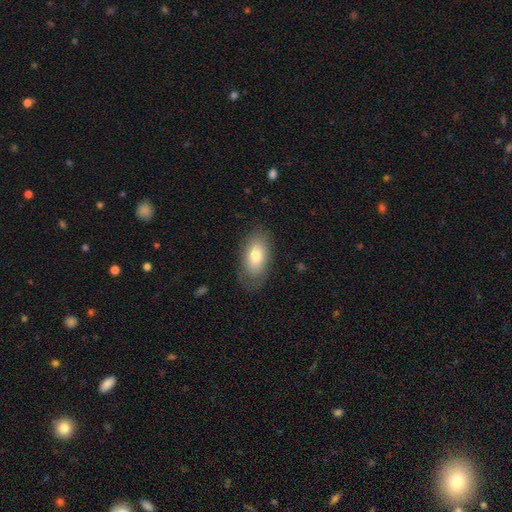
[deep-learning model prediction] Smooth or featured? smooth (75%)
How rounded? in between (91%)
Merging? none (76%)